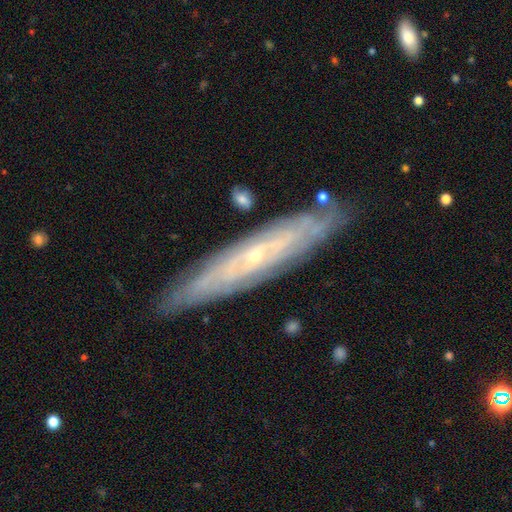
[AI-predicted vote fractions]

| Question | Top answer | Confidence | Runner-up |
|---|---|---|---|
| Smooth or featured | featured or disk | 78% | smooth (15%) |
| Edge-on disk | no | 56% | yes (44%) |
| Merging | none | 84% | minor disturbance (12%) |